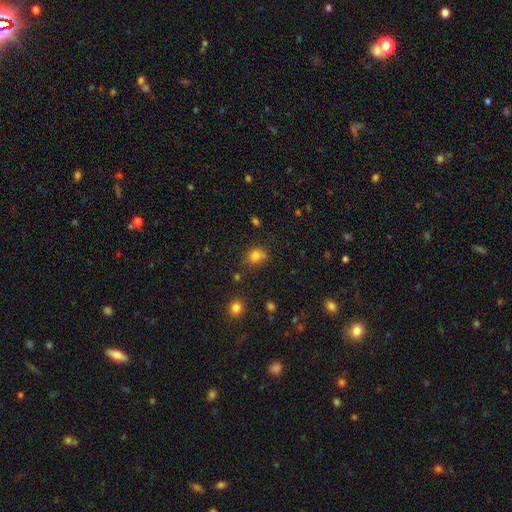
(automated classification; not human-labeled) Smooth or featured?
  - smooth: 81% *
  - star or artifact: 13%
  - featured or disk: 6%
How rounded?
  - round: 58% *
  - in between: 41%
  - cigar-shaped: 1%
Merging?
  - none: 68% *
  - minor disturbance: 21%
  - merger: 6%
  - major disturbance: 6%